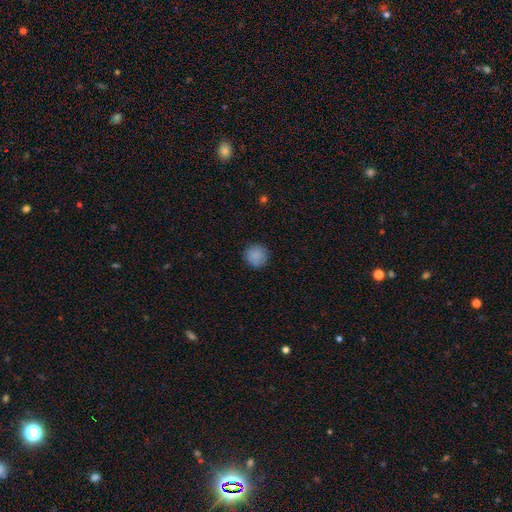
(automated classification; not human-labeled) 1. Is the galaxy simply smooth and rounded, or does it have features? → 87% smooth, 9% star or artifact, 4% featured or disk.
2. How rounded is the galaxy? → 94% round, 5% in between, 1% cigar-shaped.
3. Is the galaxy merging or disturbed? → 89% none, 8% minor disturbance, 2% major disturbance, 1% merger.